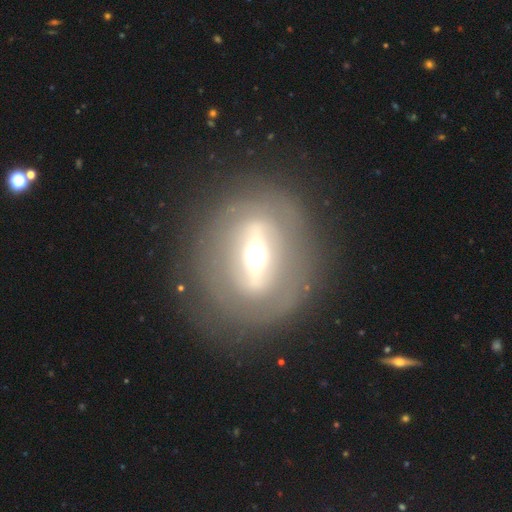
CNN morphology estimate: Smooth or featured?
  - featured or disk: 77% *
  - smooth: 15%
  - star or artifact: 7%
Edge-on disk?
  - no: 76% *
  - yes: 24%
Bar?
  - strong: 72% *
  - weak: 18%
  - no: 10%
Spiral arms?
  - no: 69% *
  - yes: 31%
Bulge size?
  - moderate: 64% *
  - small: 19%
  - large: 14%
  - dominant: 2%
  - none: 1%
Merging?
  - none: 80% *
  - minor disturbance: 11%
  - major disturbance: 7%
  - merger: 2%